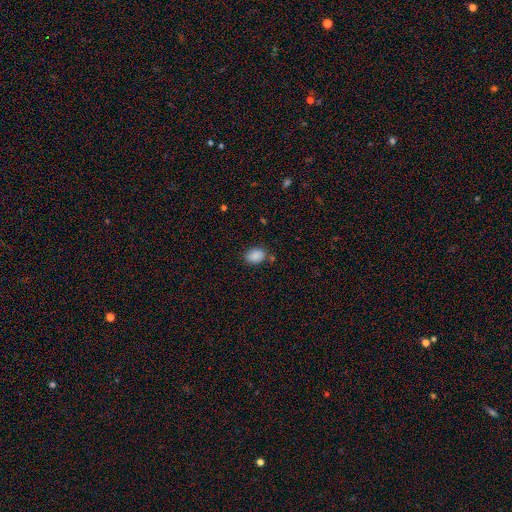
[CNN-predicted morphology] Smooth or featured? Predicted: smooth (p=0.87). How rounded? Predicted: in between (p=0.73). Merging? Predicted: none (p=0.75).